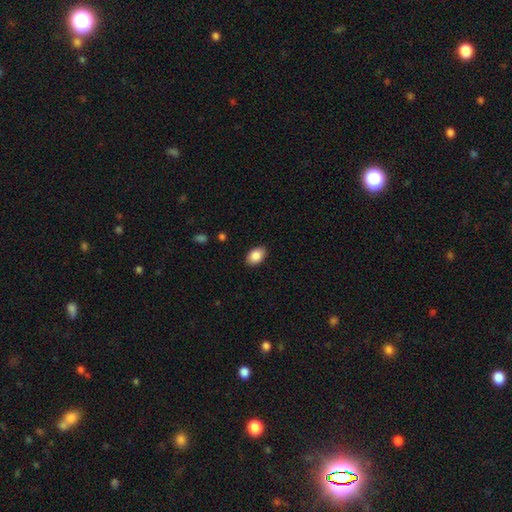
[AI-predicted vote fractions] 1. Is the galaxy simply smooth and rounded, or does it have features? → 87% smooth, 7% star or artifact, 6% featured or disk.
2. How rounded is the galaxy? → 89% in between, 9% round, 1% cigar-shaped.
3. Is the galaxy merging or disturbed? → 88% none, 9% minor disturbance, 2% major disturbance, 1% merger.